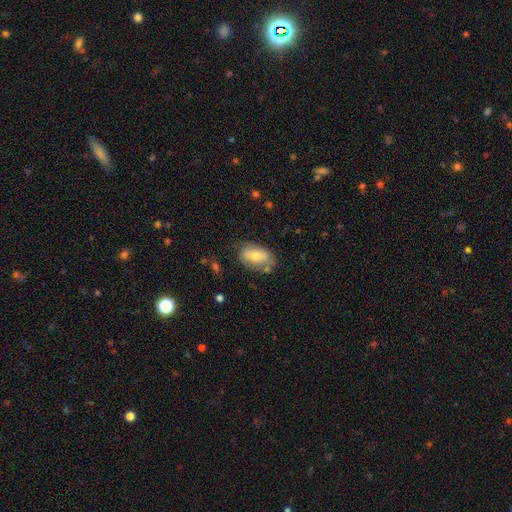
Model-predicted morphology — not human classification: smooth 64%, featured or disk 29%, star or artifact 7%. Down the decision tree: how rounded — in between (90%); merging — none (59%).